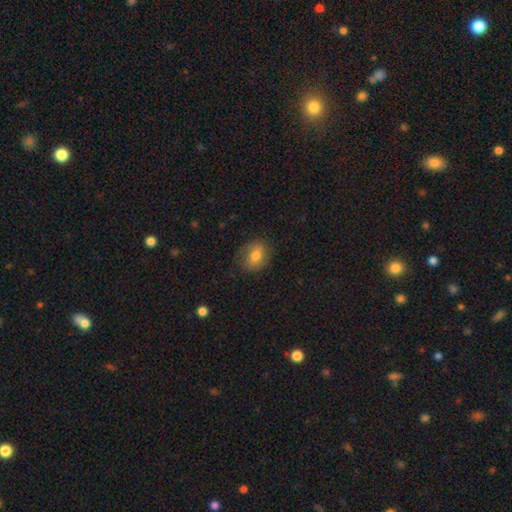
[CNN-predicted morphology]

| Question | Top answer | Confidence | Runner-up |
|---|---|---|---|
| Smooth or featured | smooth | 61% | featured or disk (30%) |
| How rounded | in between | 57% | round (41%) |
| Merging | none | 73% | minor disturbance (19%) |